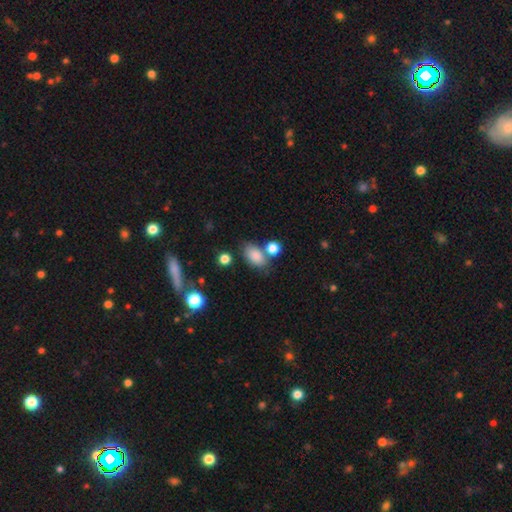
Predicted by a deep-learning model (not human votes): A smooth galaxy with no disk features (84%) that is in between round and cigar-shaped (85%).

Vote fractions:
- Smooth or featured? smooth: 84% / star or artifact: 9% / featured or disk: 6%
- How rounded? in between: 85% / round: 13% / cigar-shaped: 2%
- Merging? none: 60% / merger: 20% / minor disturbance: 15% / major disturbance: 5%